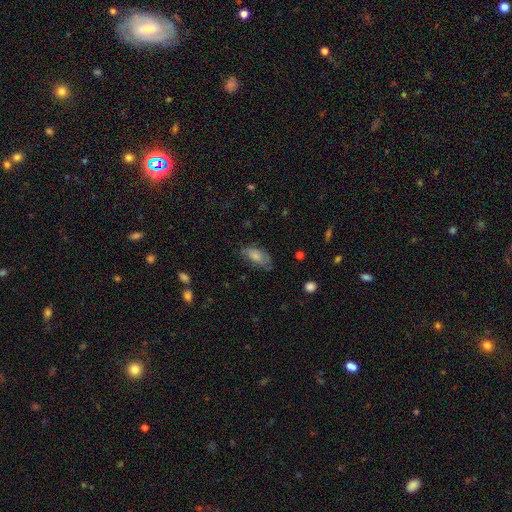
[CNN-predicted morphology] Smooth or featured: smooth — 68% (featured or disk — 24%)
How rounded: in between — 90% (cigar-shaped — 6%)
Merging: none — 55% (minor disturbance — 30%)